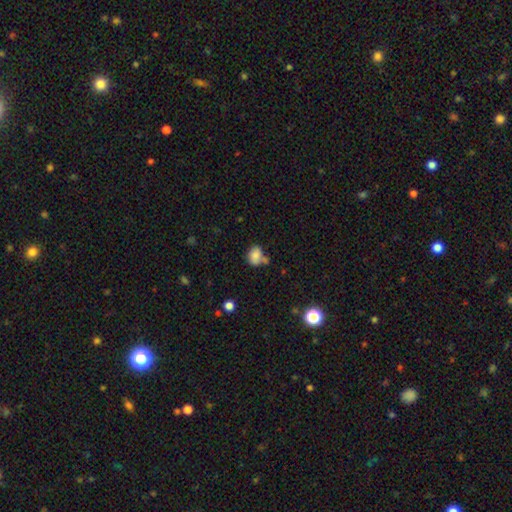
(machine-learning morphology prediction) smooth_or_featured: smooth (p=0.79) [alt: featured or disk p=0.10]
how_rounded: in between (p=0.54) [alt: round p=0.45]
merging: none (p=0.44) [alt: merger p=0.26]